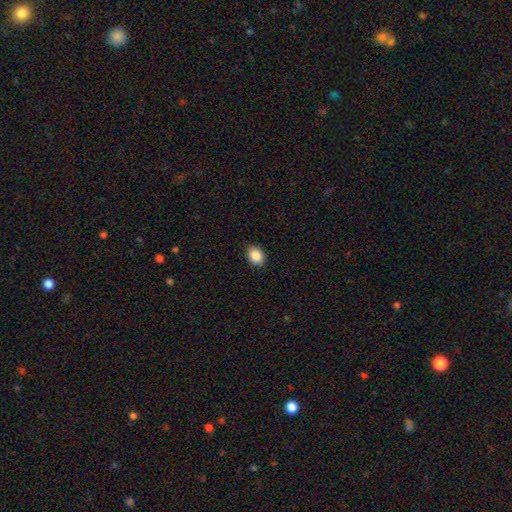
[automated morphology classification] type=smooth (88%); roundness=in between (68%); merging=none (87%).